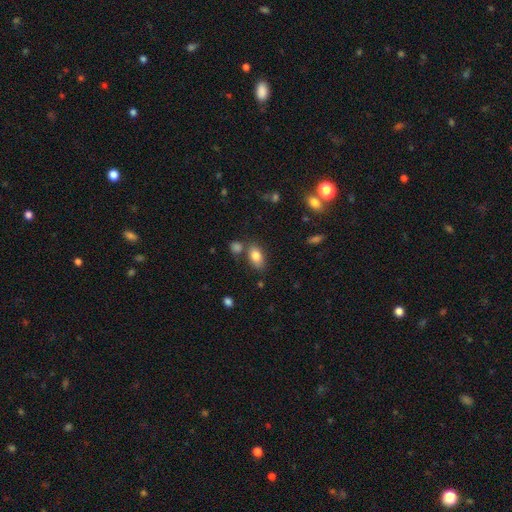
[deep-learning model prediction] Overall: smooth (82%). How rounded: in between (90%). Merging: none (72%).